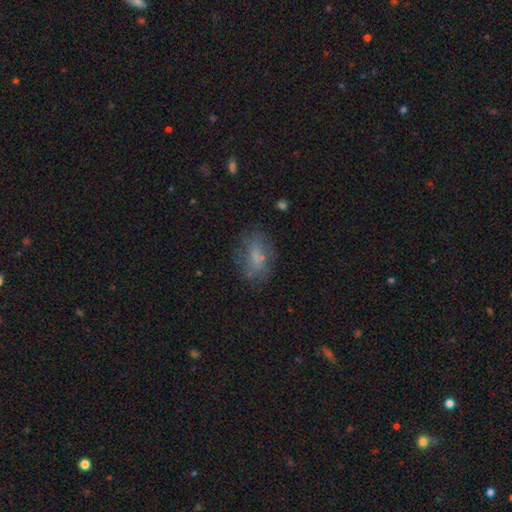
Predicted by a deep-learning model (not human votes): Morphology: type=smooth (59%); roundness=in between (82%); merging=none (68%).